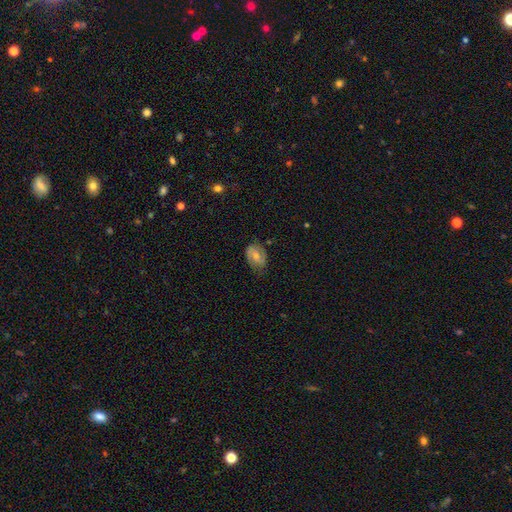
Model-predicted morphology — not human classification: Smooth or featured? Predicted: featured or disk (p=0.56). Edge-on disk? Predicted: no (p=0.95). Bar? Predicted: weak (p=0.43). Spiral arms? Predicted: yes (p=0.76). Bulge size? Predicted: moderate (p=0.55). Merging? Predicted: none (p=0.71).